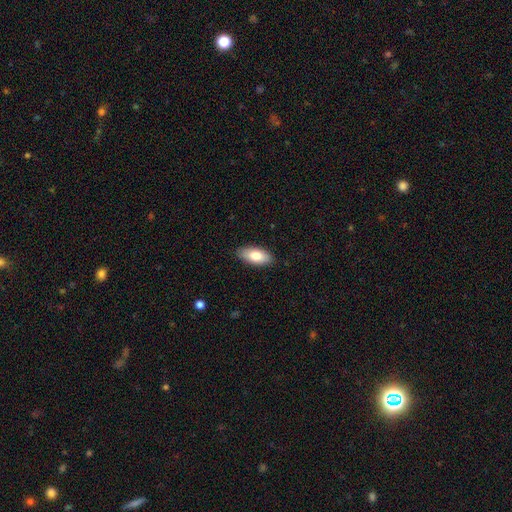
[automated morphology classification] Q: Smooth or featured?
A: smooth (80%); runner-up: featured or disk (14%)
Q: How rounded?
A: in between (88%); runner-up: cigar-shaped (10%)
Q: Merging?
A: none (87%); runner-up: minor disturbance (10%)